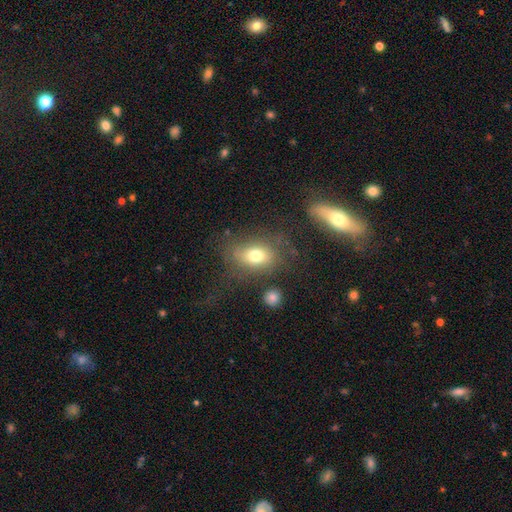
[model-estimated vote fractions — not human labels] The model was most divided on "merging": none: 64%, minor disturbance: 17%, major disturbance: 14%, merger: 5%. More confident: how rounded — in between (76%); smooth or featured — smooth (70%).